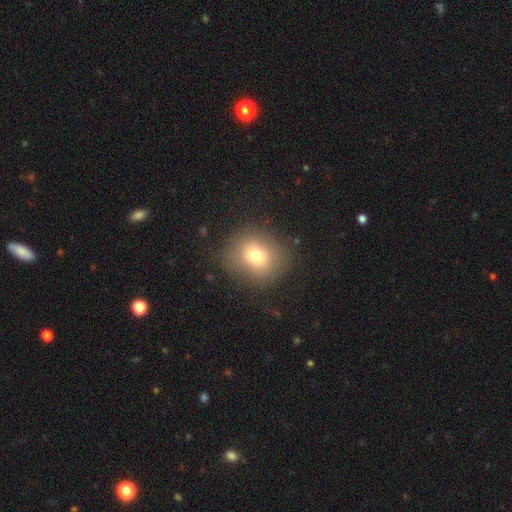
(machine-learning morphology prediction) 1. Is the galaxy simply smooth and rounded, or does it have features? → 75% smooth, 13% featured or disk, 12% star or artifact.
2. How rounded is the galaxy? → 81% round, 18% in between, 1% cigar-shaped.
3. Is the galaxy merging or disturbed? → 83% none, 11% minor disturbance, 5% major disturbance, 1% merger.